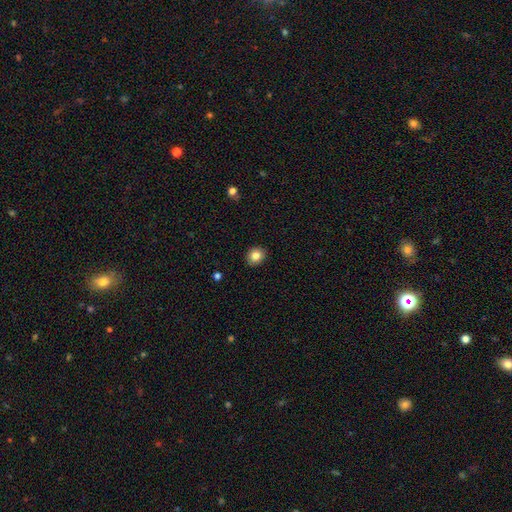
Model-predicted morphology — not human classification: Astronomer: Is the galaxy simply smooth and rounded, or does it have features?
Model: smooth — 84%.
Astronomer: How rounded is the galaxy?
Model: round — 76%.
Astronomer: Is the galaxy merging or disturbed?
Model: none — 91%.